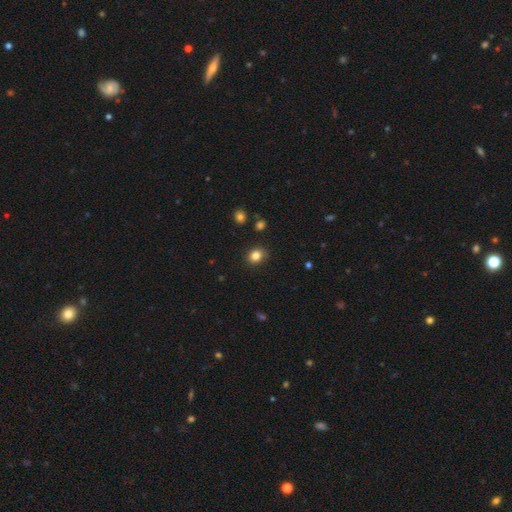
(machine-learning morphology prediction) Q: Smooth or featured?
A: smooth (84%); runner-up: star or artifact (11%)
Q: How rounded?
A: round (62%); runner-up: in between (37%)
Q: Merging?
A: none (87%); runner-up: minor disturbance (9%)